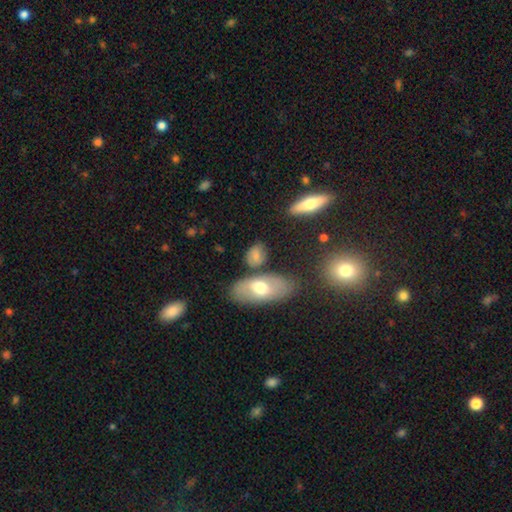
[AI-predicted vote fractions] A smooth galaxy with no disk features (68%) that is in between round and cigar-shaped (68%).

Vote fractions:
- Smooth or featured? smooth: 68% / featured or disk: 22% / star or artifact: 10%
- How rounded? in between: 68% / round: 27% / cigar-shaped: 4%
- Merging? none: 64% / minor disturbance: 18% / merger: 12% / major disturbance: 6%